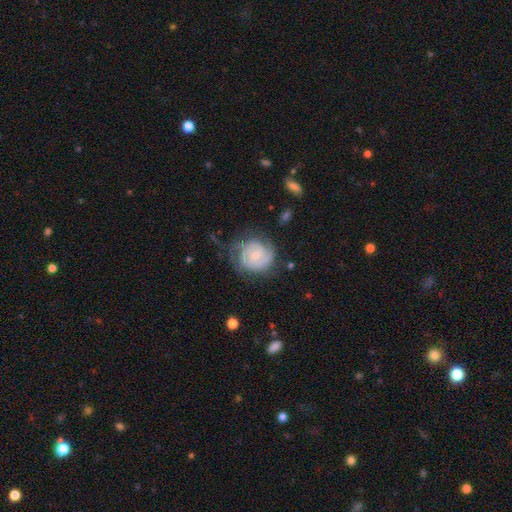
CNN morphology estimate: smooth_or_featured: featured or disk (p=0.79) [alt: smooth p=0.16]
disk_edge_on: no (p=0.98) [alt: yes p=0.02]
bar: no (p=0.69) [alt: weak p=0.26]
has_spiral_arms: yes (p=0.93) [alt: no p=0.07]
spiral_winding: tight (p=0.64) [alt: medium p=0.28]
spiral_arm_count: 2 (p=0.39) [alt: can't tell p=0.27]
bulge_size: small (p=0.61) [alt: moderate p=0.35]
merging: none (p=0.58) [alt: minor disturbance p=0.24]